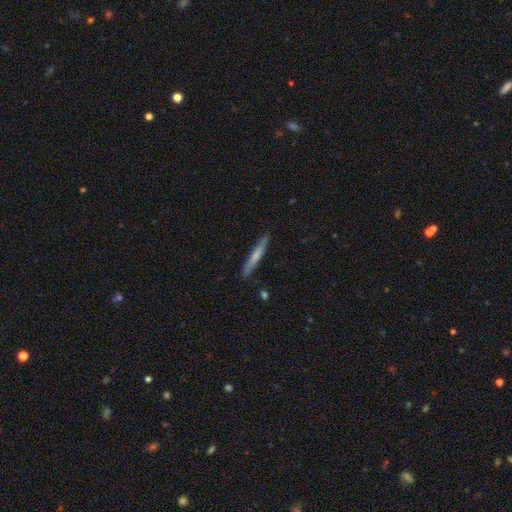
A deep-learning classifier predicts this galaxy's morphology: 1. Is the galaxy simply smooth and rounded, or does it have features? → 62% smooth, 32% featured or disk, 6% star or artifact.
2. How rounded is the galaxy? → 95% cigar-shaped, 4% in between, 1% round.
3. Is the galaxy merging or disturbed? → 87% none, 10% minor disturbance, 2% major disturbance, 2% merger.